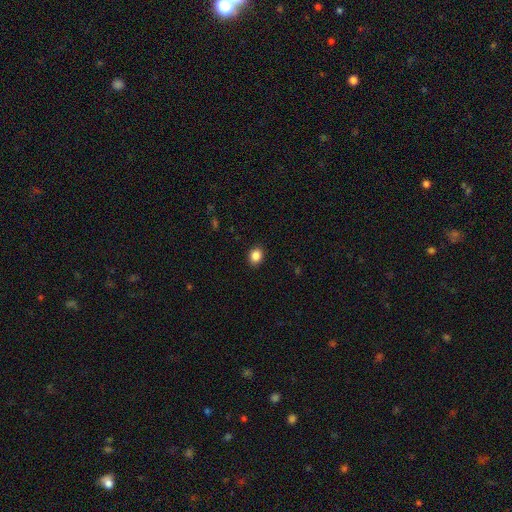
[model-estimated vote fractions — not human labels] smooth_or_featured: smooth (p=0.87) [alt: star or artifact p=0.10]
how_rounded: round (p=0.54) [alt: in between p=0.45]
merging: none (p=0.90) [alt: minor disturbance p=0.07]